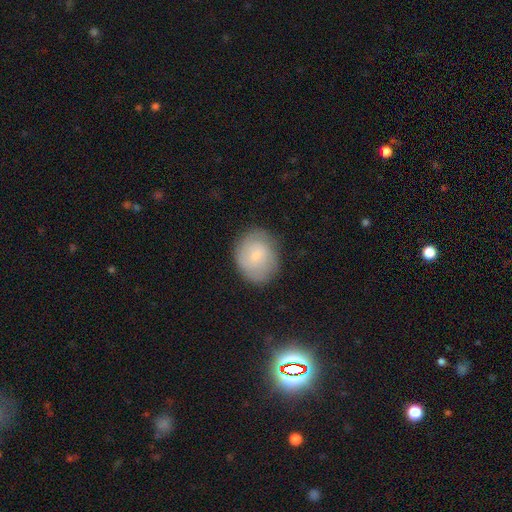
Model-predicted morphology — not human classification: Smooth or featured: smooth — 60% (featured or disk — 32%)
How rounded: round — 54% (in between — 45%)
Merging: none — 76% (minor disturbance — 18%)